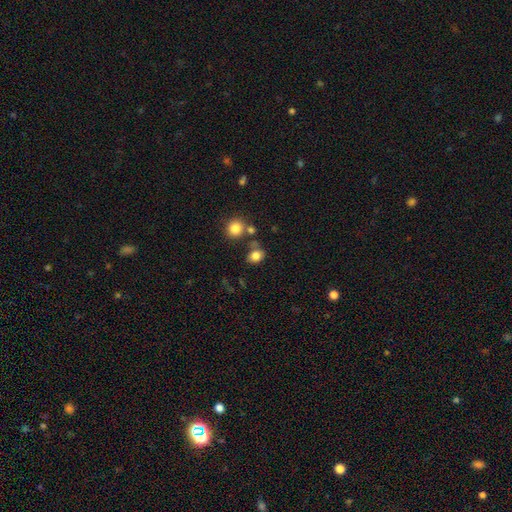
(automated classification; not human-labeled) A smooth galaxy with no disk features (82%) that is in between round and cigar-shaped (51%).

Vote fractions:
- Smooth or featured? smooth: 82% / star or artifact: 12% / featured or disk: 7%
- How rounded? in between: 51% / round: 48% / cigar-shaped: 1%
- Merging? none: 67% / minor disturbance: 15% / merger: 13% / major disturbance: 5%